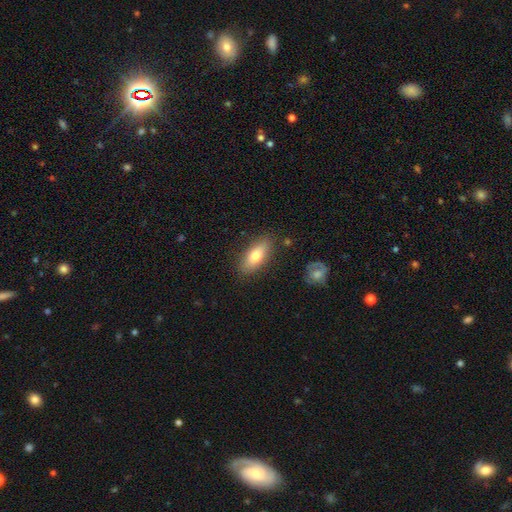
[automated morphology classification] A smooth galaxy with no disk features (72%) that is in between round and cigar-shaped (76%). Merging: none (82%).